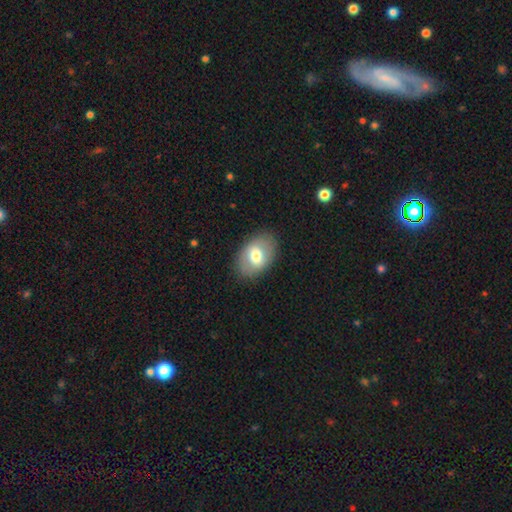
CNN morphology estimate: Smooth or featured?
  - smooth: 67% *
  - featured or disk: 27%
  - star or artifact: 7%
How rounded?
  - in between: 84% *
  - round: 14%
  - cigar-shaped: 1%
Merging?
  - none: 84% *
  - minor disturbance: 11%
  - major disturbance: 4%
  - merger: 1%